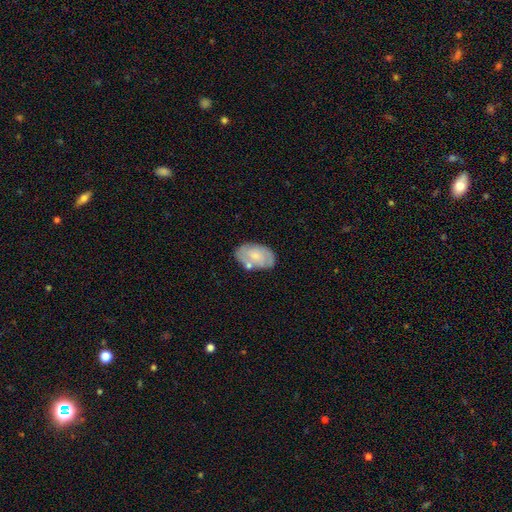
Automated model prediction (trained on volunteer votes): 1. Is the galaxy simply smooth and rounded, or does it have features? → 50% smooth, 44% featured or disk, 7% star or artifact.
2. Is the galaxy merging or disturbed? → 62% none, 20% minor disturbance, 13% merger, 5% major disturbance.